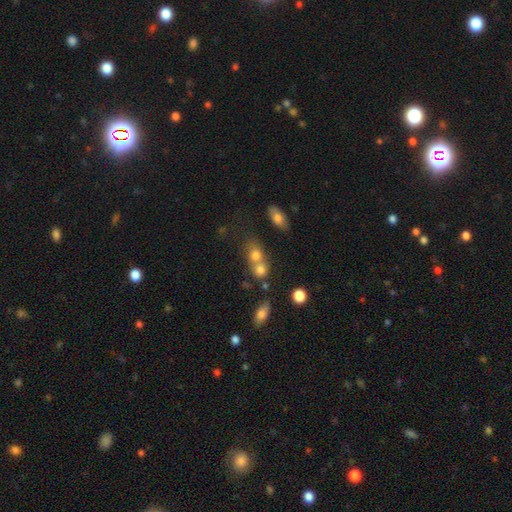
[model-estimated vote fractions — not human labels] Q: Smooth or featured?
A: smooth (74%); runner-up: featured or disk (13%)
Q: How rounded?
A: round (65%); runner-up: in between (33%)
Q: Merging?
A: merger (55%); runner-up: none (33%)